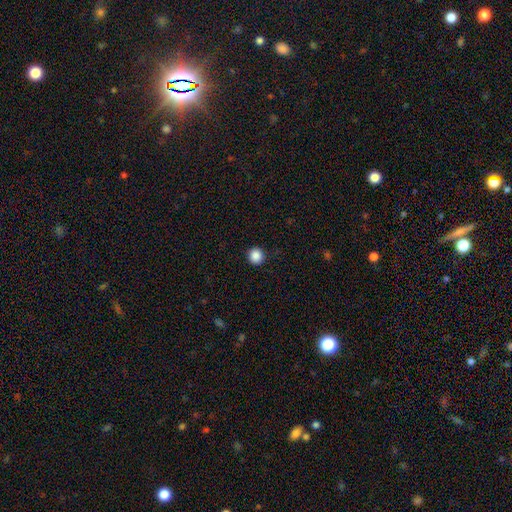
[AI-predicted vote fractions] Smooth or featured? Predicted: smooth (p=0.88). How rounded? Predicted: round (p=0.95). Merging? Predicted: none (p=0.93).